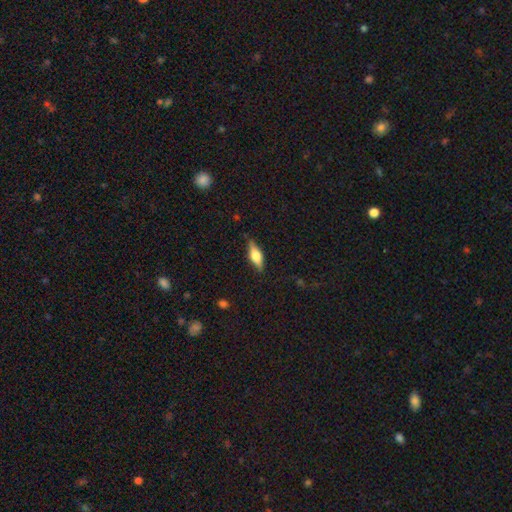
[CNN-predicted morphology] smooth-or-featured: smooth: 47% | featured or disk: 46% | star or artifact: 7%
  merging: none: 81% | minor disturbance: 14% | major disturbance: 3% | merger: 1%